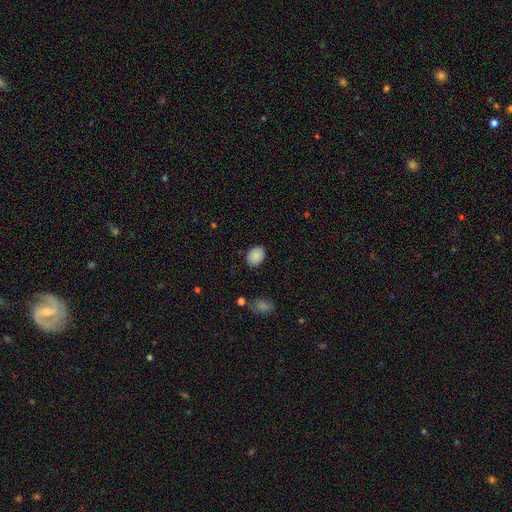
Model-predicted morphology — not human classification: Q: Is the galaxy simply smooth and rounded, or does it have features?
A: smooth — 88%.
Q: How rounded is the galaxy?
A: in between — 66%.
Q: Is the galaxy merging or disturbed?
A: none — 85%.